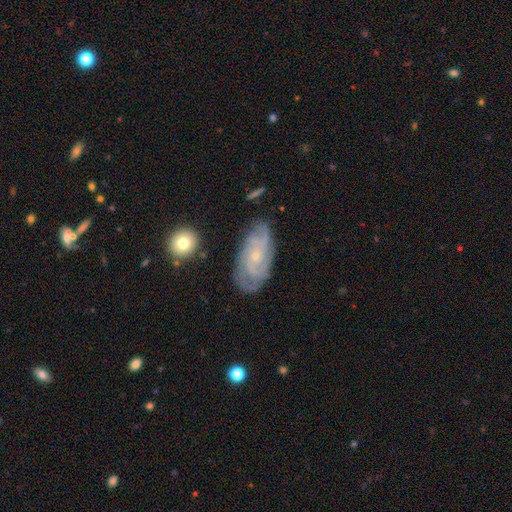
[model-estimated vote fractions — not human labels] smooth-or-featured: featured or disk: 81% | smooth: 12% | star or artifact: 6%
  disk-edge-on: no: 95% | yes: 5%
    bar: no: 72% | weak: 23% | strong: 4%
    has-spiral-arms: yes: 95% | no: 5%
      spiral-winding: tight: 59% | medium: 33% | loose: 8%
      spiral-arm-count: can't tell: 29% | 3: 24% | 2: 20% | 4: 15% | more than 4: 5% | 1: 5%
    bulge-size: small: 77% | moderate: 19% | none: 2% | large: 1% | dominant: 1%
  merging: none: 76% | minor disturbance: 18% | major disturbance: 5% | merger: 2%